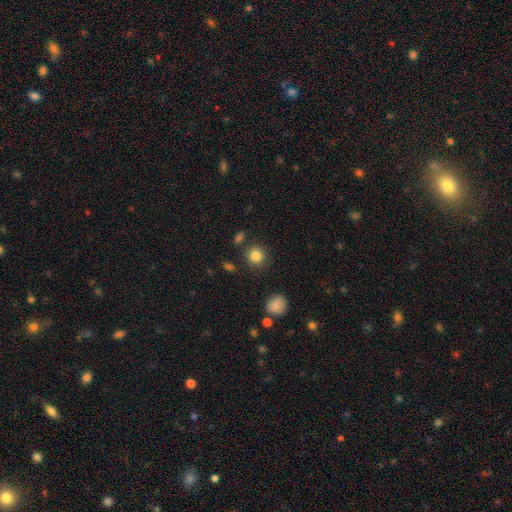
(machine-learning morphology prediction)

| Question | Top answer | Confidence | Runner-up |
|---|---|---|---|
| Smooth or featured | smooth | 84% | star or artifact (11%) |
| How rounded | round | 91% | in between (8%) |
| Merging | none | 85% | minor disturbance (7%) |